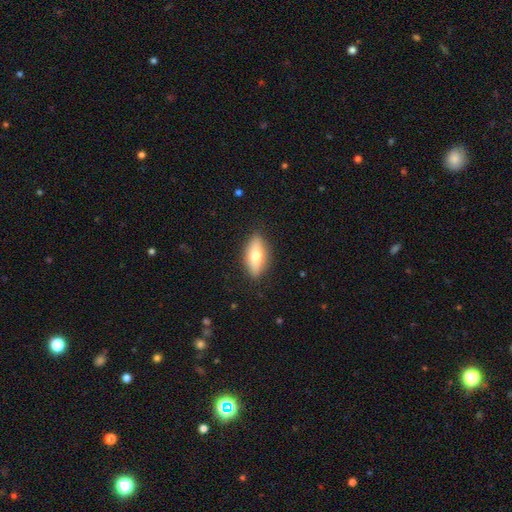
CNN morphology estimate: This is likely a smooth galaxy (68%). How rounded: likely in between (79%). Merging: clearly none (85%).